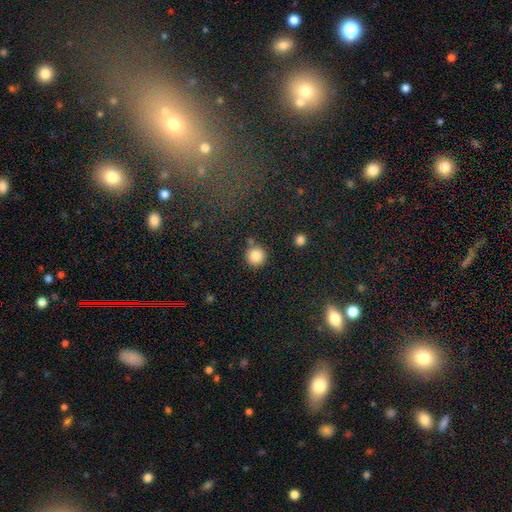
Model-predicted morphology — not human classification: Overall: smooth (85%). How rounded: round (95%). Merging: none (80%).